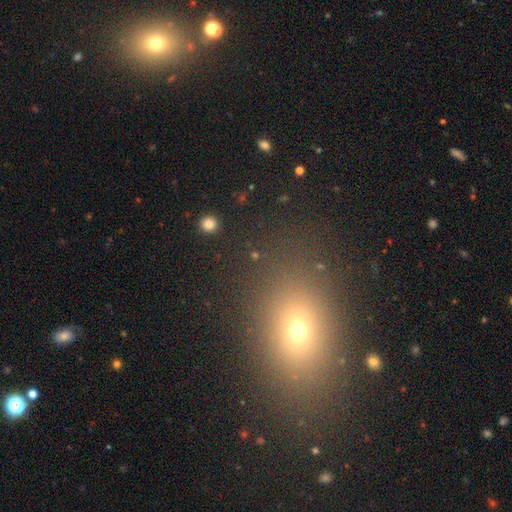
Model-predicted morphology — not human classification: smooth_or_featured: smooth (p=0.55) [alt: star or artifact p=0.35]
how_rounded: round (p=0.64) [alt: in between p=0.33]
merging: none (p=0.83) [alt: minor disturbance p=0.08]